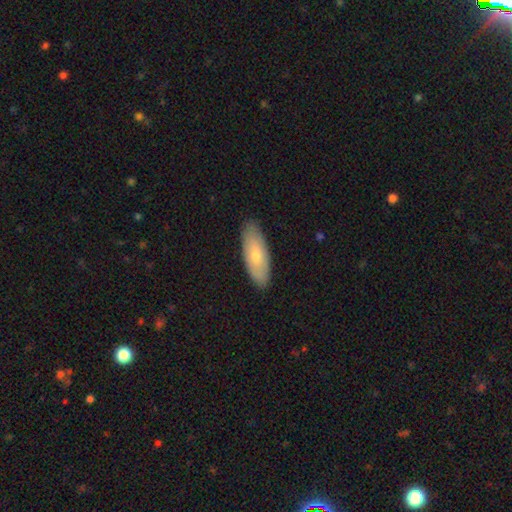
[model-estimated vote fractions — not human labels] Smooth or featured?
  - smooth: 69% *
  - featured or disk: 26%
  - star or artifact: 5%
How rounded?
  - in between: 74% *
  - cigar-shaped: 23%
  - round: 2%
Merging?
  - none: 85% *
  - minor disturbance: 12%
  - major disturbance: 2%
  - merger: 1%